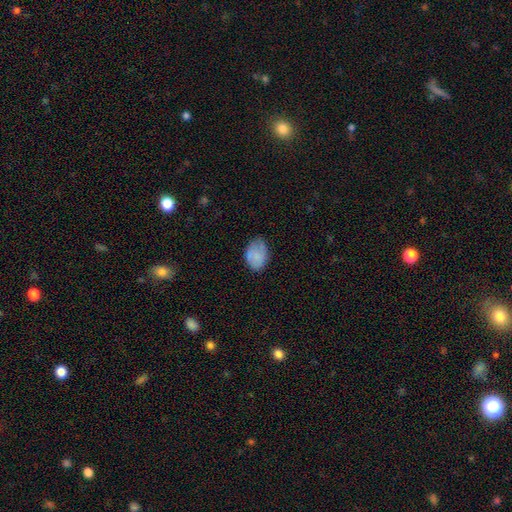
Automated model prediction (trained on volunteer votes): Smooth or featured: smooth — 80% (featured or disk — 13%)
How rounded: in between — 79% (round — 20%)
Merging: none — 64% (minor disturbance — 28%)